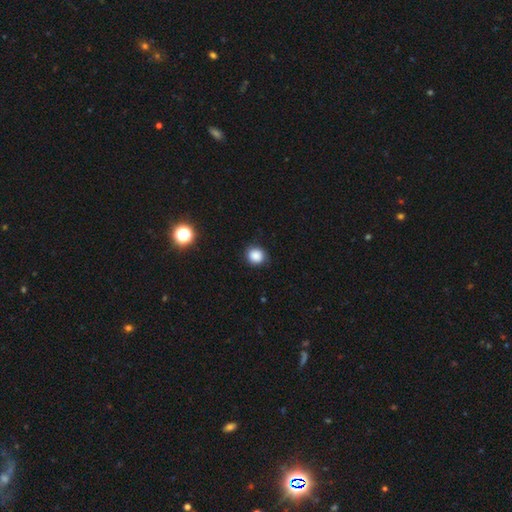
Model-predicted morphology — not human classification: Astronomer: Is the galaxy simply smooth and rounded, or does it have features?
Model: smooth — 86%.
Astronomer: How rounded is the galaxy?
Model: round — 84%.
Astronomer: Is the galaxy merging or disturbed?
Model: none — 84%.